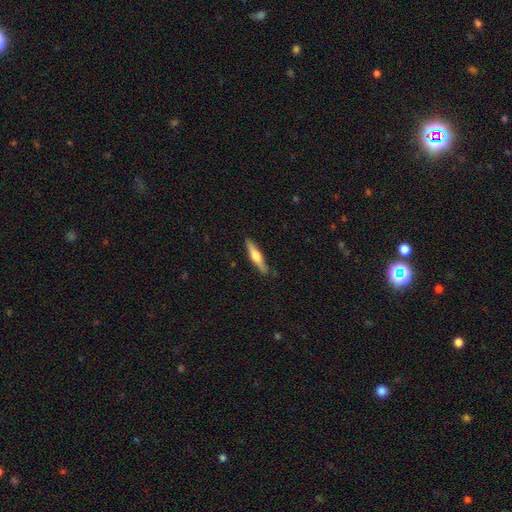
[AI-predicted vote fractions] Smooth or featured? featured or disk (48%)
Merging? none (87%)